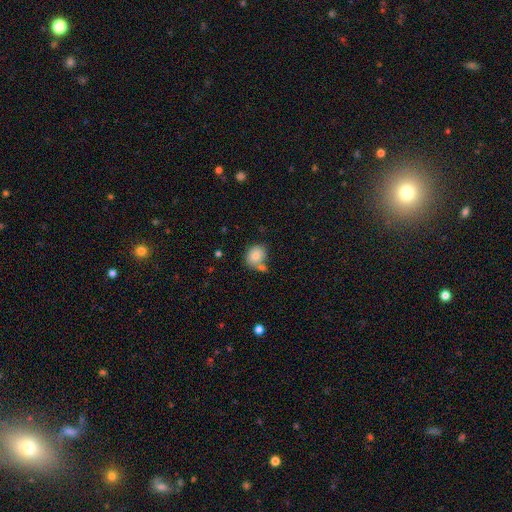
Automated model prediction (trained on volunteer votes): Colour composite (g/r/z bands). It shows a smooth galaxy with no disk features (81%) that is round (60%). Merging: none (54%).